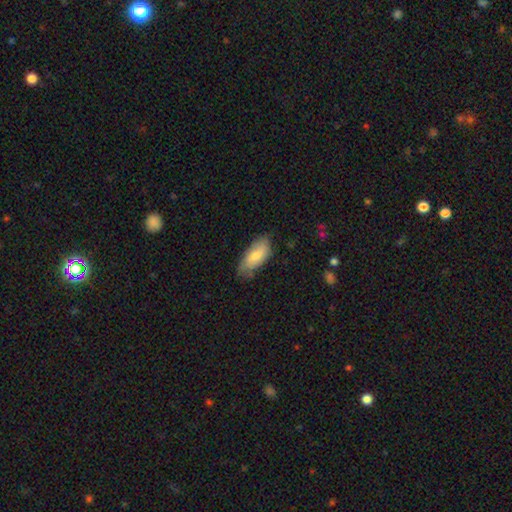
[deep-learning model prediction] Overall: smooth (76%). How rounded: in between (87%). Merging: none (62%; minor disturbance 30%).